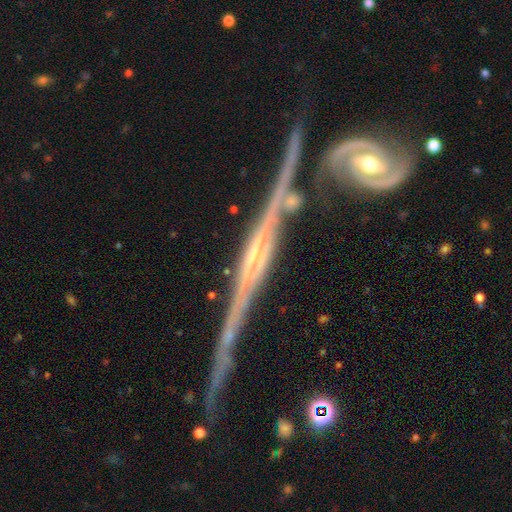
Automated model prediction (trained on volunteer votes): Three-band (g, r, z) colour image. It shows a featured or disk galaxy (88%) viewed edge-on (96%) with a rounded central bulge (61%). Merging: none (69%).